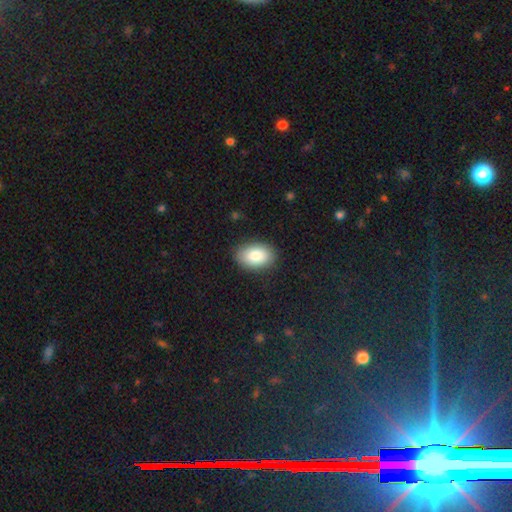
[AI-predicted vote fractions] Q: Smooth or featured?
A: smooth (86%); runner-up: featured or disk (7%)
Q: How rounded?
A: in between (89%); runner-up: round (10%)
Q: Merging?
A: none (87%); runner-up: minor disturbance (10%)